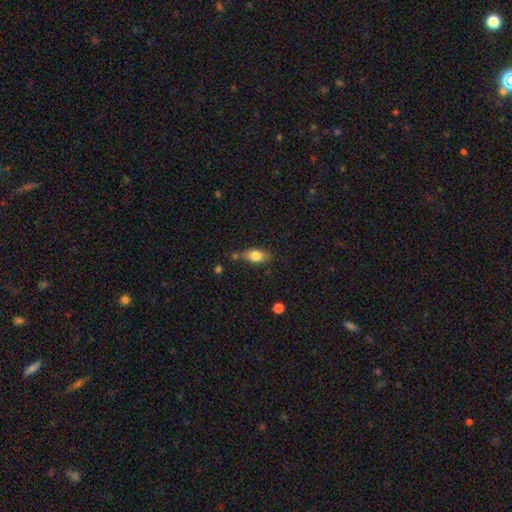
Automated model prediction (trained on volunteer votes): This is clearly a smooth galaxy (81%). How rounded: clearly in between (84%). Merging: likely none (67%).